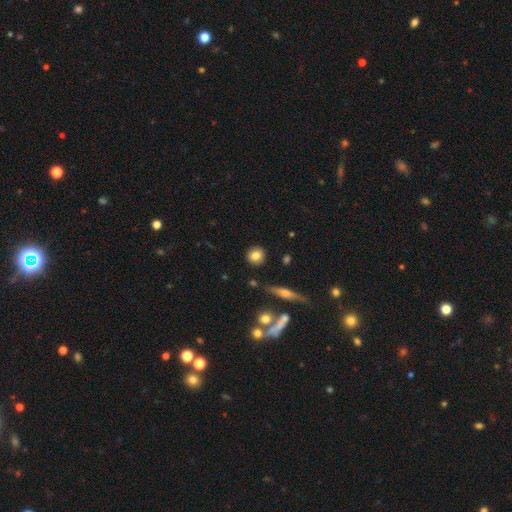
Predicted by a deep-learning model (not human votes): A smooth galaxy with no disk features (80%) that is round (87%). Merging: none (88%).